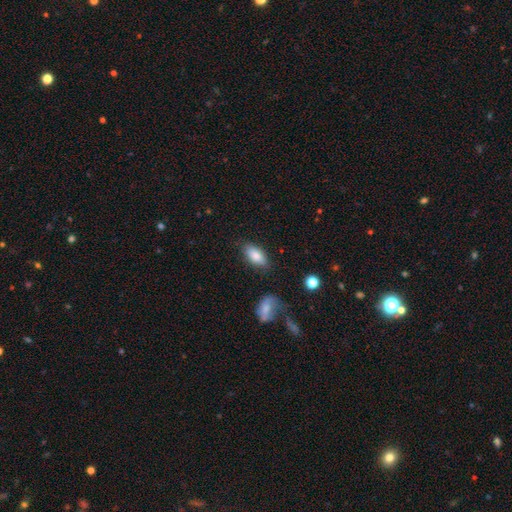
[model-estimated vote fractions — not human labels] Smooth or featured? Predicted: smooth (p=0.81). How rounded? Predicted: in between (p=0.87). Merging? Predicted: none (p=0.78).